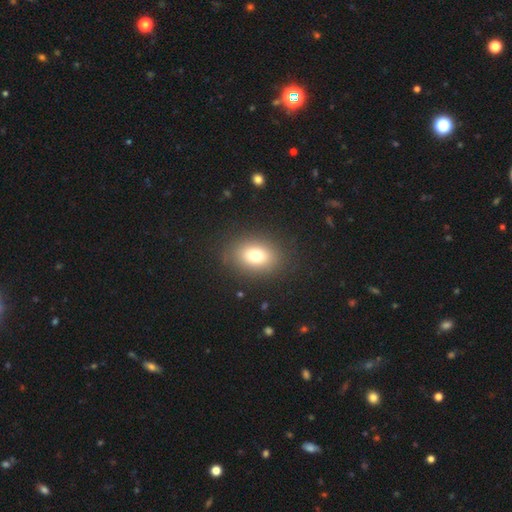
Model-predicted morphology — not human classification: Smooth or featured? Predicted: smooth (p=0.76). How rounded? Predicted: in between (p=0.68). Merging? Predicted: none (p=0.86).